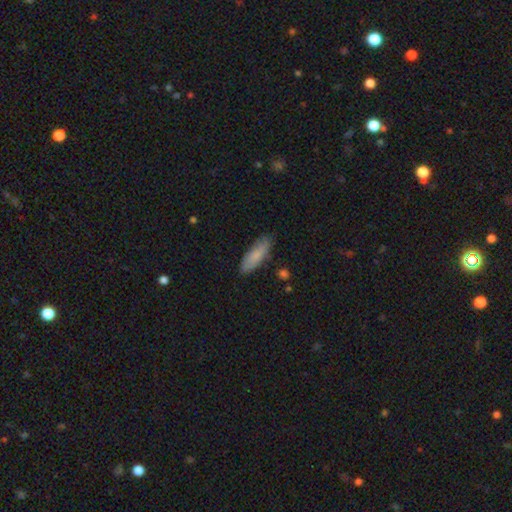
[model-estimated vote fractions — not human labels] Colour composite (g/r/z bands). It shows a smooth galaxy with no disk features (82%) that is cigar-shaped (50%). Merging: none (83%).